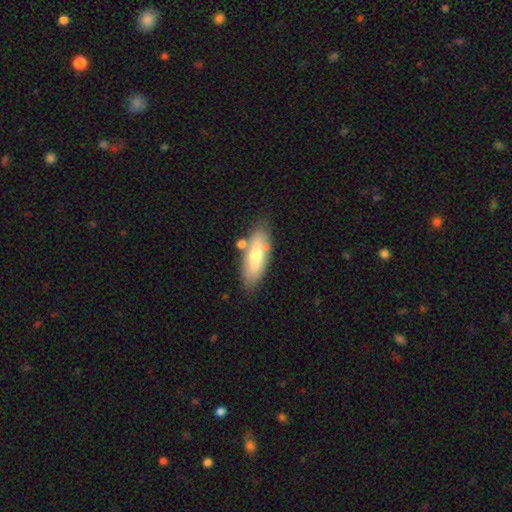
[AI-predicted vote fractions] A smooth galaxy with no disk features (58%) that is in between round and cigar-shaped (66%). Merging: none (71%).